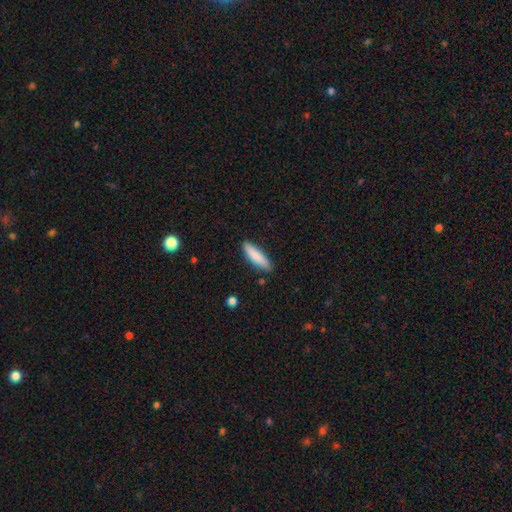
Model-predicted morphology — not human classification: smooth 84%, featured or disk 11%, star or artifact 6%. Down the decision tree: how rounded — cigar-shaped (69%); merging — none (84%).